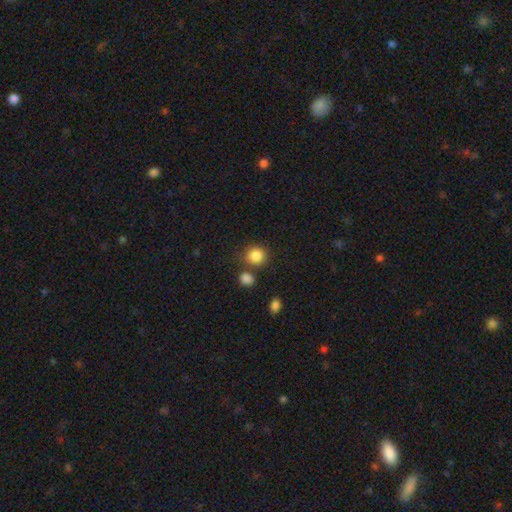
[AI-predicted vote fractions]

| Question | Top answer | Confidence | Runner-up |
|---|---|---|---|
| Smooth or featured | smooth | 85% | star or artifact (10%) |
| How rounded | round | 86% | in between (13%) |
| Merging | none | 72% | merger (14%) |